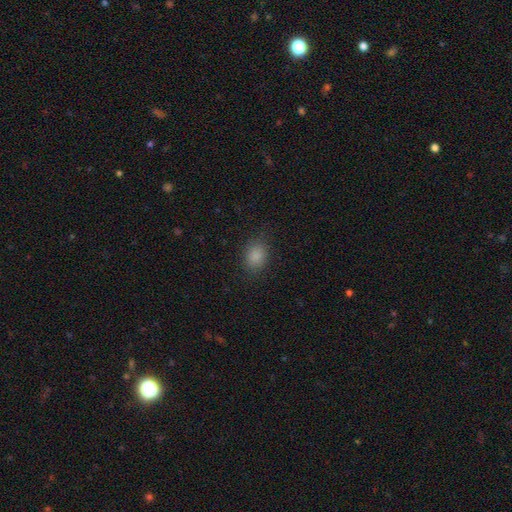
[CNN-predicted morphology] This is clearly a smooth galaxy (86%). How rounded: likely in between (65%). Merging: clearly none (85%).